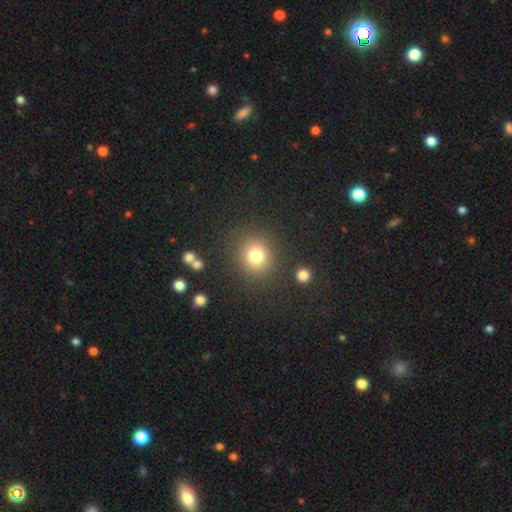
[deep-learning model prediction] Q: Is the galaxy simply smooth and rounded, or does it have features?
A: smooth — 78%.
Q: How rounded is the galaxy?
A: round — 82%.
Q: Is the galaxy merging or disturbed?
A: none — 84%.